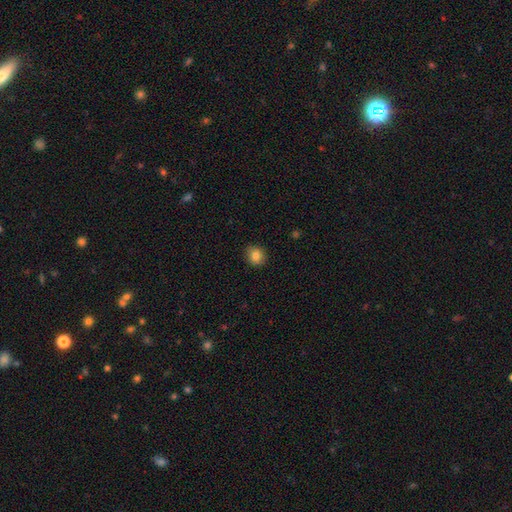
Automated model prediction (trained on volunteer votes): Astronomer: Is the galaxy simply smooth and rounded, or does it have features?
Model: smooth — 84%.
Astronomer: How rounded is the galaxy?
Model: round — 77%.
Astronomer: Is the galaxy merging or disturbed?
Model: none — 89%.